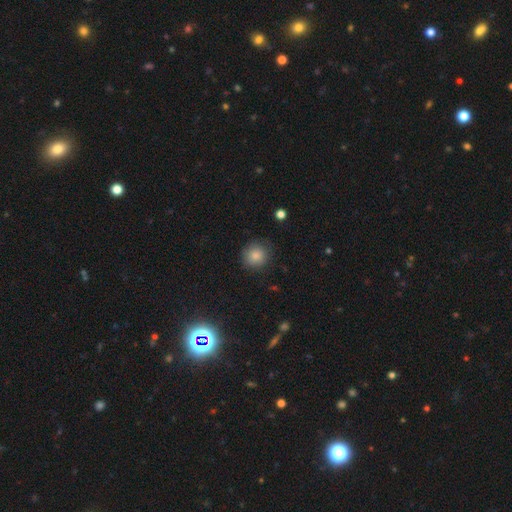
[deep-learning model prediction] smooth_or_featured: smooth (p=0.84) [alt: star or artifact p=0.10]
how_rounded: round (p=0.90) [alt: in between p=0.09]
merging: none (p=0.83) [alt: minor disturbance p=0.12]